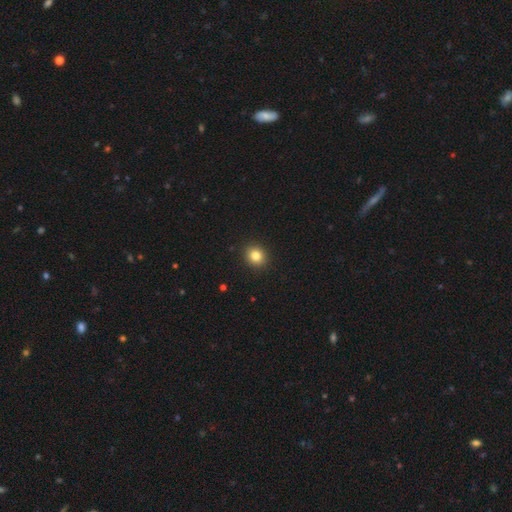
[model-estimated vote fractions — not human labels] Smooth or featured? smooth (83%)
How rounded? round (79%)
Merging? none (92%)